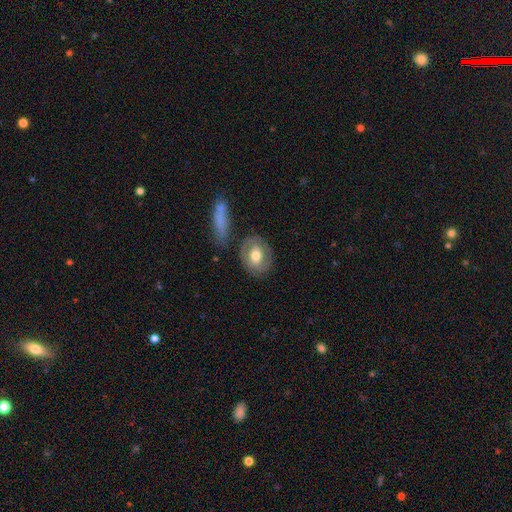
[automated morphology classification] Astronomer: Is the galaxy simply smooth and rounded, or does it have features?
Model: smooth — 50% (runner-up: featured or disk, 44%).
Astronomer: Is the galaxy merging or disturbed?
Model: none — 74%.